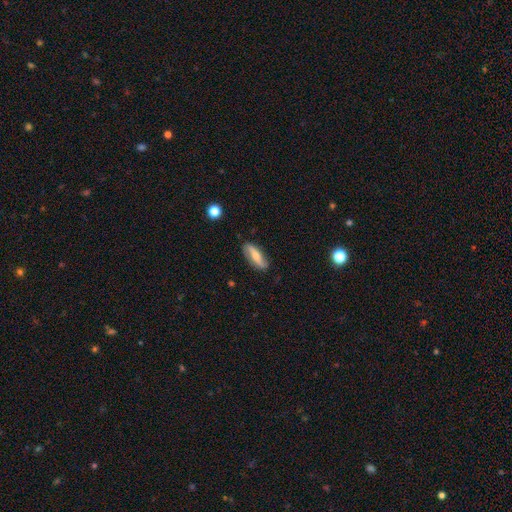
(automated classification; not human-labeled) Smooth or featured: featured or disk — 58% (smooth — 36%)
Edge-on disk: no — 76% (yes — 24%)
Merging: none — 83% (minor disturbance — 13%)